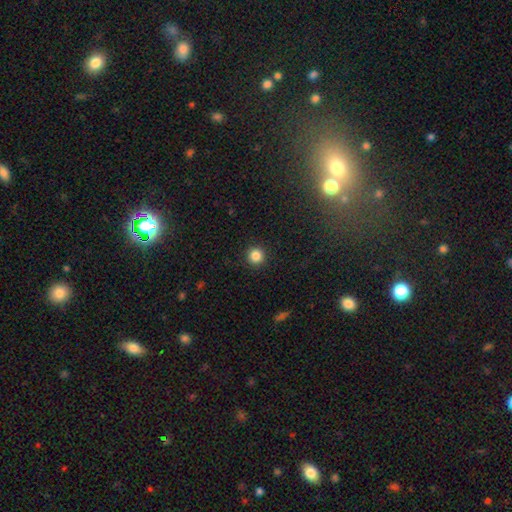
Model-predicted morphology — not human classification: Overall: smooth (85%). How rounded: round (95%). Merging: none (93%).